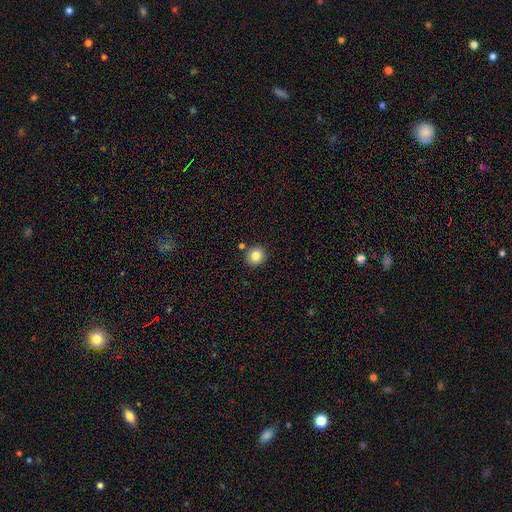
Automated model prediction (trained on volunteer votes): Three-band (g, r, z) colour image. It shows a smooth galaxy with no disk features (83%) that is round (91%). Merging: none (86%).